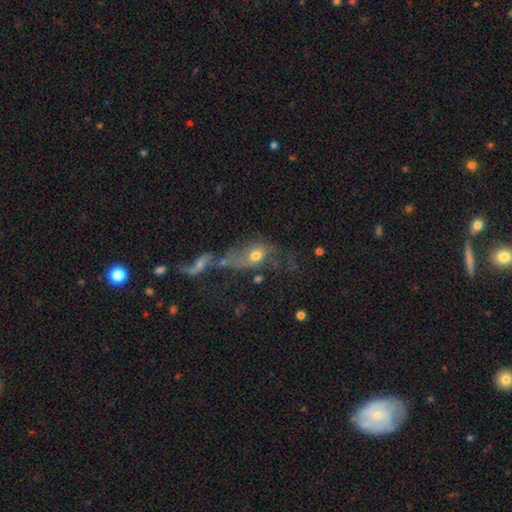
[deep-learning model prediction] Overall: smooth (49%; featured or disk 38%). Merging: merger (40%; major disturbance 27%).